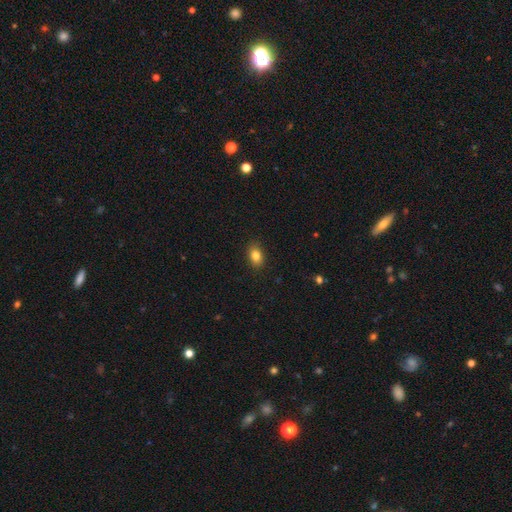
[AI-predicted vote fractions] Smooth or featured? Predicted: smooth (p=0.83). How rounded? Predicted: in between (p=0.79). Merging? Predicted: none (p=0.88).